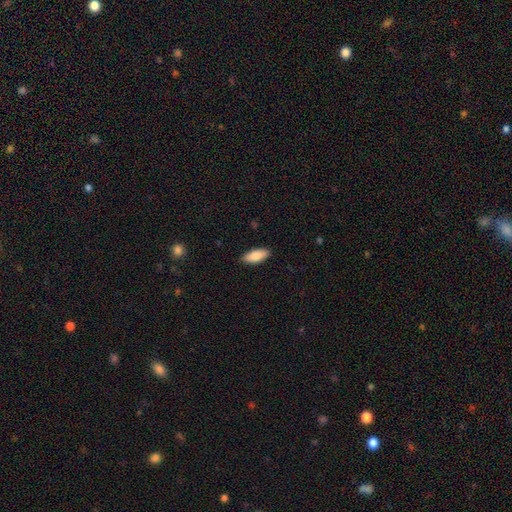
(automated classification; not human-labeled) Smooth or featured? smooth (85%)
How rounded? in between (83%)
Merging? none (87%)